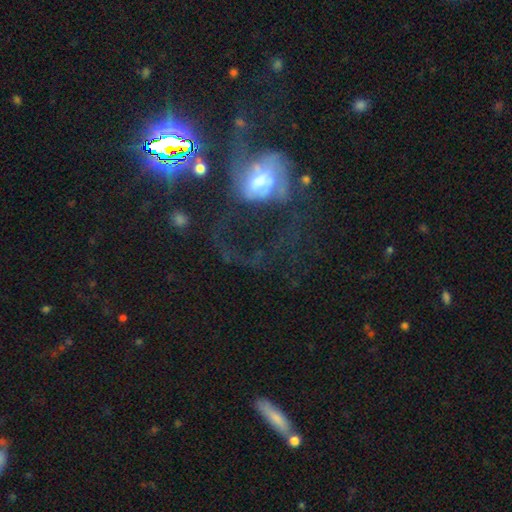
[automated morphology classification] Overall: featured or disk (65%). Edge-on disk: no (95%). Bar: no (48%; weak 37%). Spiral arms: yes (81%). Spiral arm count: 2 (65%). Spiral winding: loose (56%; medium 32%). Bulge size: moderate (47%; small 33%). Merging: major disturbance (44%; none 35%).